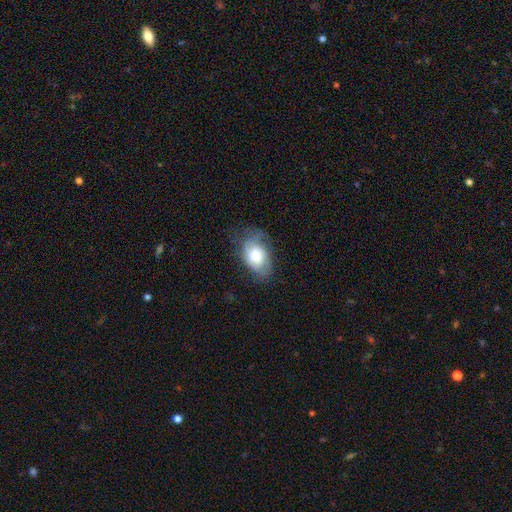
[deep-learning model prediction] smooth 65%, featured or disk 28%, star or artifact 8%. Down the decision tree: how rounded — in between (88%); merging — none (49%).